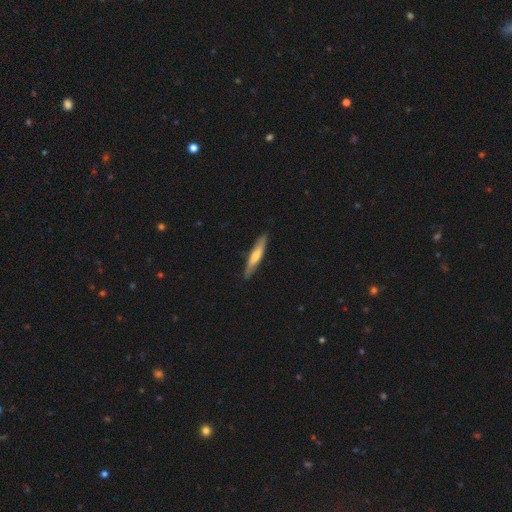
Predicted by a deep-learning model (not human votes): smooth_or_featured: smooth (p=0.57) [alt: featured or disk p=0.38]
how_rounded: cigar-shaped (p=0.90) [alt: in between p=0.09]
merging: none (p=0.87) [alt: minor disturbance p=0.11]